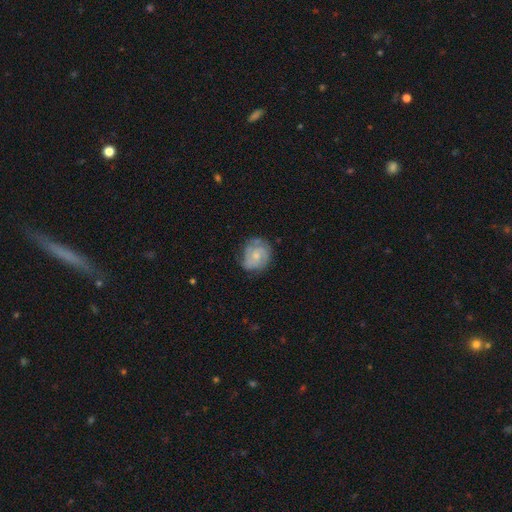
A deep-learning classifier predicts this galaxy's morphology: Smooth or featured: featured or disk — 69% (smooth — 24%)
Edge-on disk: no — 98% (yes — 2%)
Bar: no — 69% (weak — 27%)
Spiral arms: yes — 90% (no — 10%)
Spiral winding: tight — 55% (medium — 35%)
Spiral arm count: 2 — 44% (can't tell — 24%)
Bulge size: small — 54% (moderate — 37%)
Merging: none — 69% (minor disturbance — 23%)